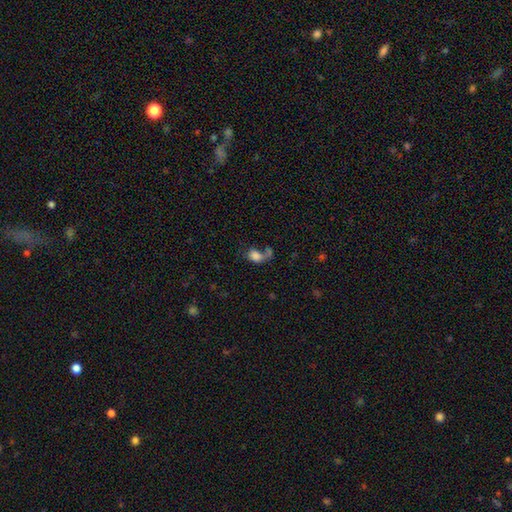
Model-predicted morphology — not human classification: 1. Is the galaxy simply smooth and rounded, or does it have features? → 73% smooth, 15% featured or disk, 12% star or artifact.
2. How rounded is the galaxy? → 70% in between, 28% round, 2% cigar-shaped.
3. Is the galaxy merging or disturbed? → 35% merger, 26% none, 25% major disturbance, 14% minor disturbance.